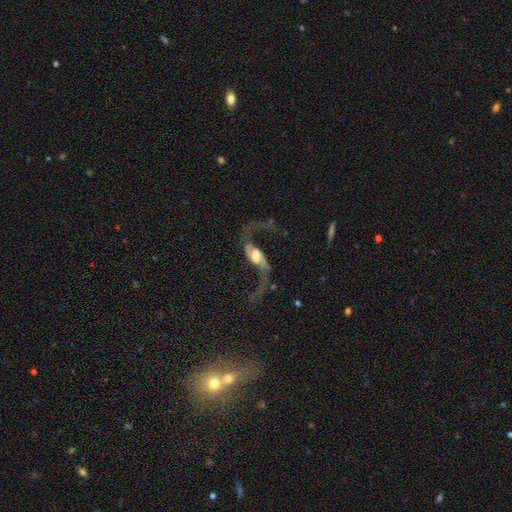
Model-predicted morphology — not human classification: Smooth or featured? featured or disk (88%)
Edge-on disk? no (94%)
Bar? weak (42%)
Spiral arms? yes (96%)
Spiral winding? loose (92%)
Spiral arm count? 2 (94%)
Bulge size? moderate (43%)
Merging? none (59%)